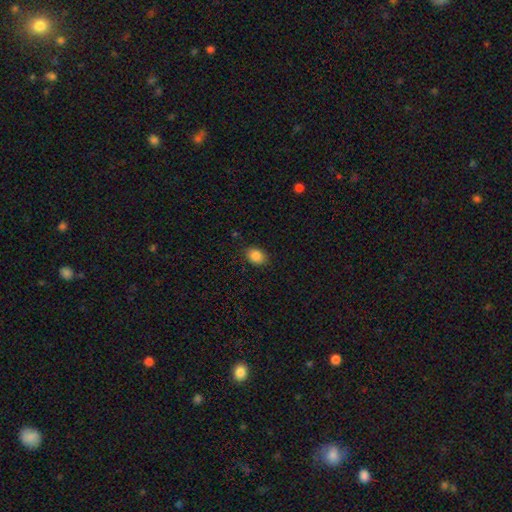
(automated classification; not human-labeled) smooth_or_featured: smooth (p=0.87) [alt: star or artifact p=0.09]
how_rounded: in between (p=0.66) [alt: round p=0.33]
merging: none (p=0.86) [alt: minor disturbance p=0.11]